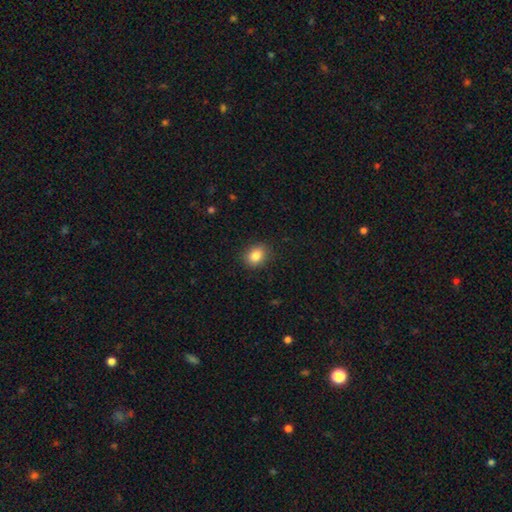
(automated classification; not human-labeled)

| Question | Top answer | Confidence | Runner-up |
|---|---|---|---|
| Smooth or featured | smooth | 84% | star or artifact (10%) |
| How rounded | round | 51% | in between (48%) |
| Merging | none | 88% | minor disturbance (9%) |